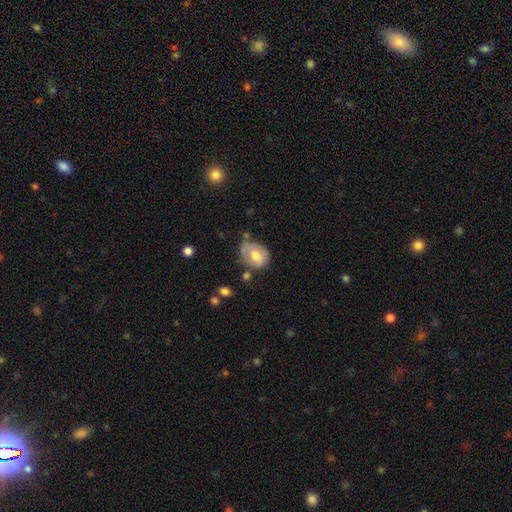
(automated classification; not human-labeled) Smooth or featured? smooth (66%)
How rounded? in between (55%)
Merging? none (49%)